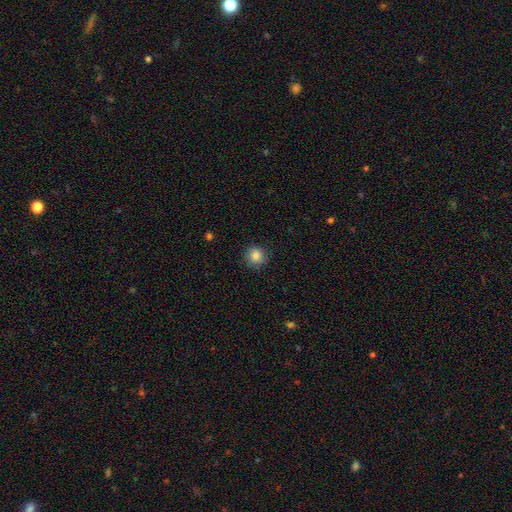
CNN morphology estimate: Smooth or featured? Predicted: smooth (p=0.86). How rounded? Predicted: round (p=0.90). Merging? Predicted: none (p=0.87).